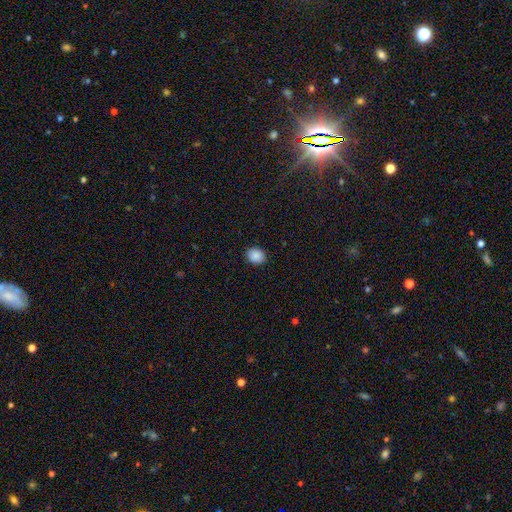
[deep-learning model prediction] A smooth galaxy with no disk features (89%) that is round (61%).

Vote fractions:
- Smooth or featured? smooth: 89% / star or artifact: 9% / featured or disk: 3%
- How rounded? round: 61% / in between: 38% / cigar-shaped: 1%
- Merging? none: 90% / minor disturbance: 7% / major disturbance: 2% / merger: 1%